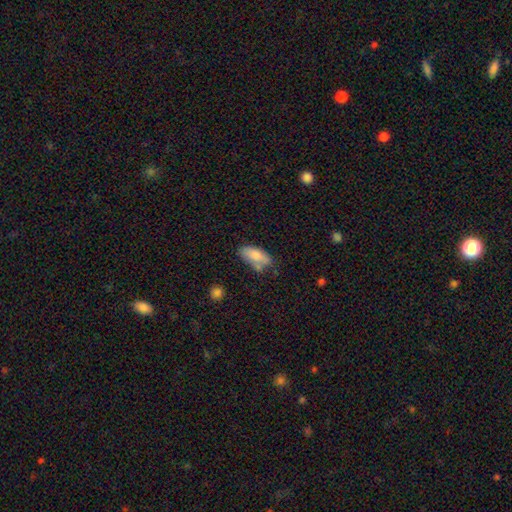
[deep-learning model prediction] A smooth galaxy with no disk features (81%) that is in between round and cigar-shaped (89%).

Vote fractions:
- Smooth or featured? smooth: 81% / featured or disk: 12% / star or artifact: 7%
- How rounded? in between: 89% / cigar-shaped: 9% / round: 2%
- Merging? none: 56% / minor disturbance: 27% / merger: 10% / major disturbance: 7%